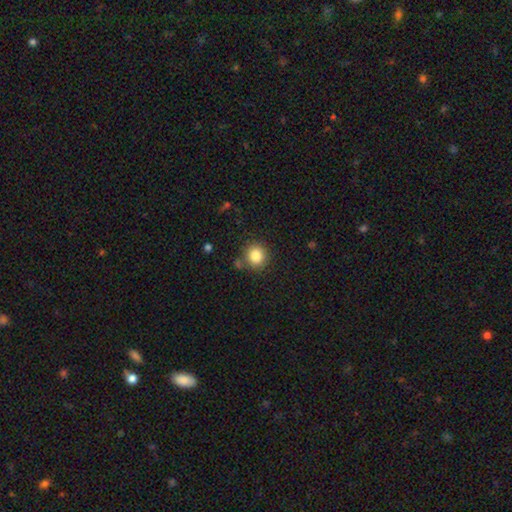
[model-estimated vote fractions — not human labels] The model was most divided on "merging": none: 80%, minor disturbance: 10%, merger: 6%, major disturbance: 3%. More confident: how rounded — round (87%); smooth or featured — smooth (84%).